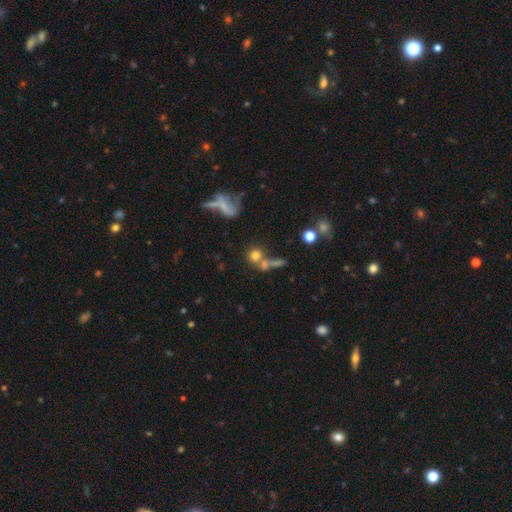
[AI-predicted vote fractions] Smooth or featured? Predicted: smooth (p=0.71). How rounded? Predicted: round (p=0.82). Merging? Predicted: none (p=0.49).